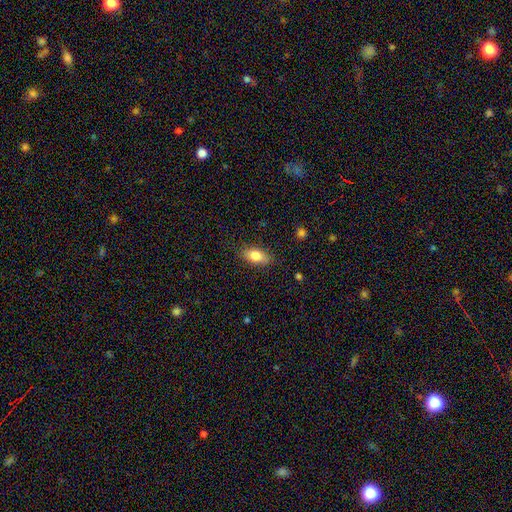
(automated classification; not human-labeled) Overall: smooth (80%). How rounded: in between (84%). Merging: none (83%).